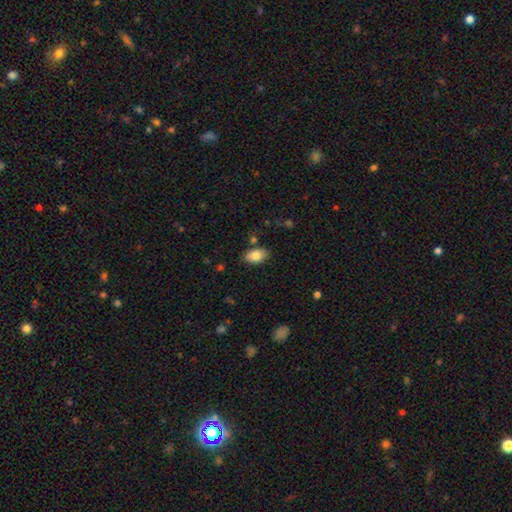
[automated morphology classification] This appears to be a smooth galaxy with no disk features (82%) that is in between round and cigar-shaped (90%). Merging: none (82%).